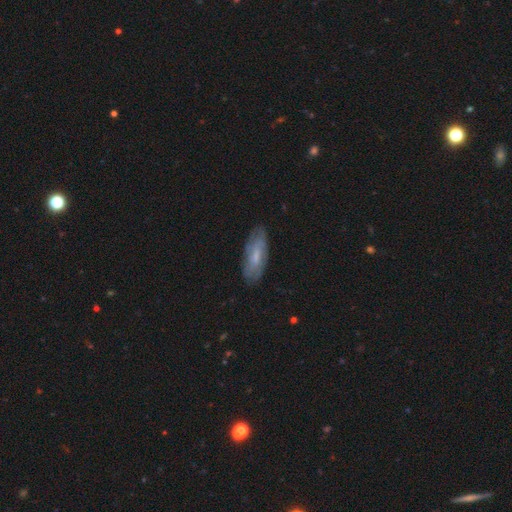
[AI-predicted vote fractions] A smooth galaxy with no disk features (53%) that is in between round and cigar-shaped (68%).

Vote fractions:
- Smooth or featured? smooth: 53% / featured or disk: 41% / star or artifact: 7%
- How rounded? in between: 68% / cigar-shaped: 30% / round: 2%
- Merging? none: 78% / minor disturbance: 17% / major disturbance: 4% / merger: 1%